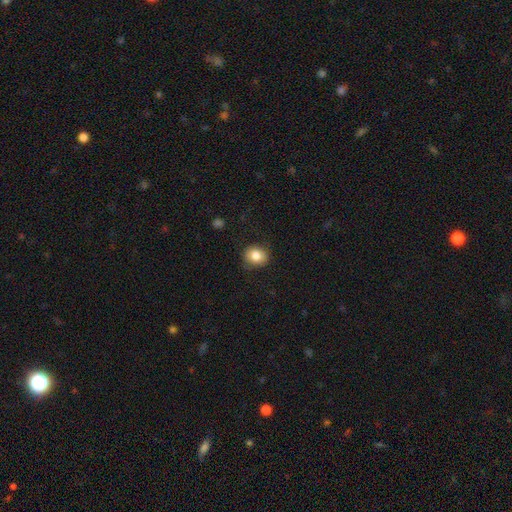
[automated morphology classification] smooth_or_featured: smooth (p=0.82) [alt: star or artifact p=0.09]
how_rounded: round (p=0.72) [alt: in between p=0.27]
merging: none (p=0.80) [alt: minor disturbance p=0.15]